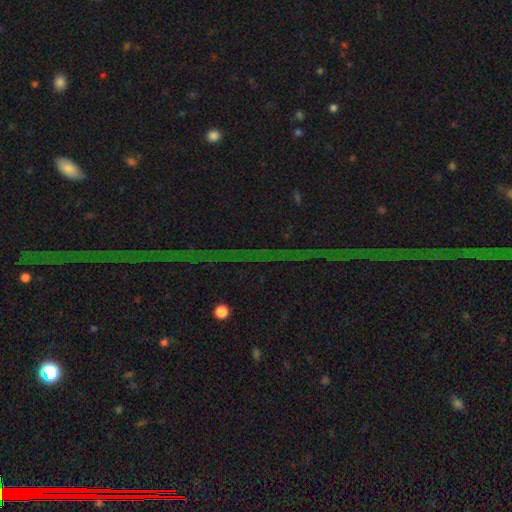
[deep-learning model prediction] This is likely a star or artifact rather than a galaxy (78%).